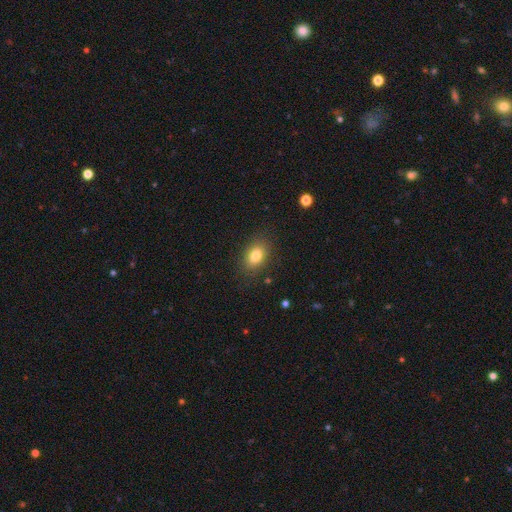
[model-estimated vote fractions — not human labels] A smooth galaxy with no disk features (81%) that is in between round and cigar-shaped (82%).

Vote fractions:
- Smooth or featured? smooth: 81% / featured or disk: 10% / star or artifact: 9%
- How rounded? in between: 82% / round: 16% / cigar-shaped: 2%
- Merging? none: 84% / minor disturbance: 11% / major disturbance: 4% / merger: 1%